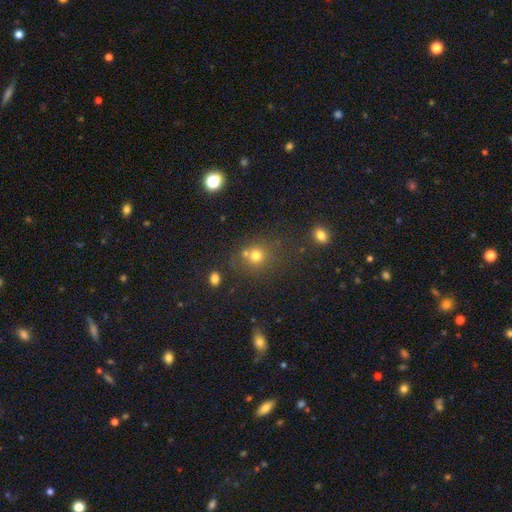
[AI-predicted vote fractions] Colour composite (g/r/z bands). It shows a smooth galaxy with no disk features (72%) that is round (84%). Merging: none (63%).